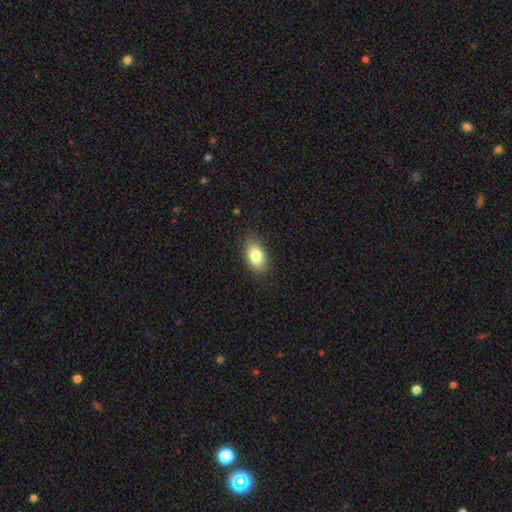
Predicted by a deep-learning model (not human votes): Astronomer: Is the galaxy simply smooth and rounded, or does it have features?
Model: smooth — 84%.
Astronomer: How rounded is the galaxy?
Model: in between — 90%.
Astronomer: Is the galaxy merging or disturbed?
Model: none — 85%.